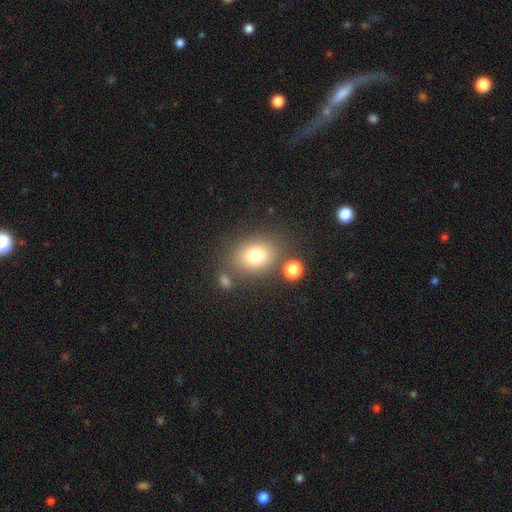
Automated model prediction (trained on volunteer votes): This is likely a smooth galaxy (77%). How rounded: possibly in between (50%). Merging: likely none (73%).